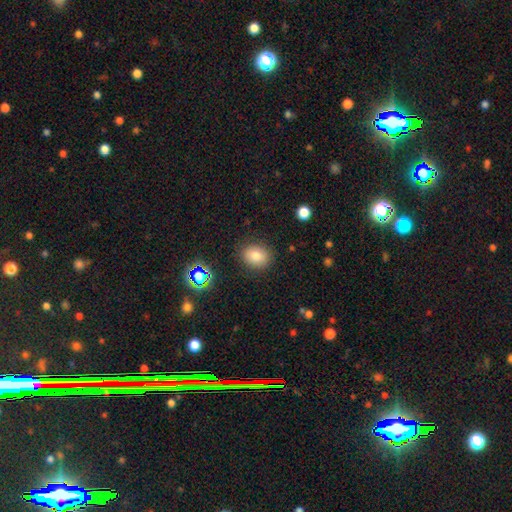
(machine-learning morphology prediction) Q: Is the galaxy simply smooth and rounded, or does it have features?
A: smooth — 79%.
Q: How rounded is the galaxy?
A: in between — 50%.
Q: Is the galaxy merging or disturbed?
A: none — 86%.